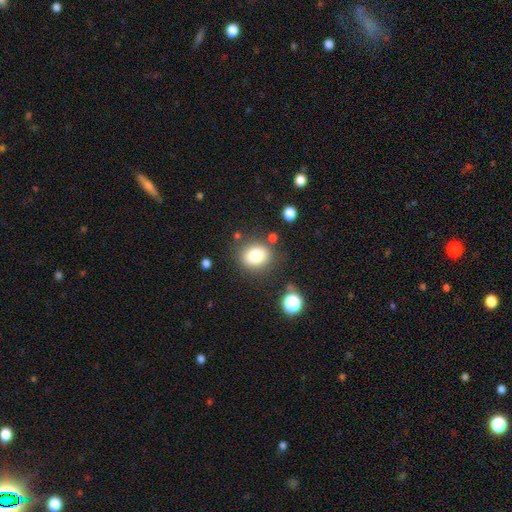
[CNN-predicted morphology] The model was most divided on "how rounded": round: 60%, in between: 39%, cigar-shaped: 1%. More confident: smooth or featured — smooth (81%); merging — none (78%).